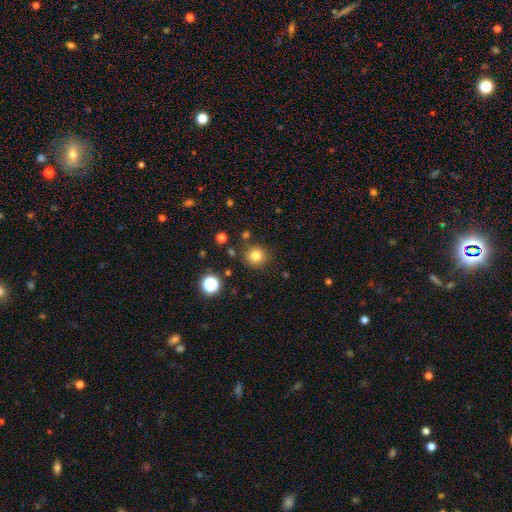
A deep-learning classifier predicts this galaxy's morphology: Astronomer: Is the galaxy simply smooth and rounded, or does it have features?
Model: smooth — 80%.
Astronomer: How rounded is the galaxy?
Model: round — 92%.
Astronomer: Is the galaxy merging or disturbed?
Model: none — 86%.